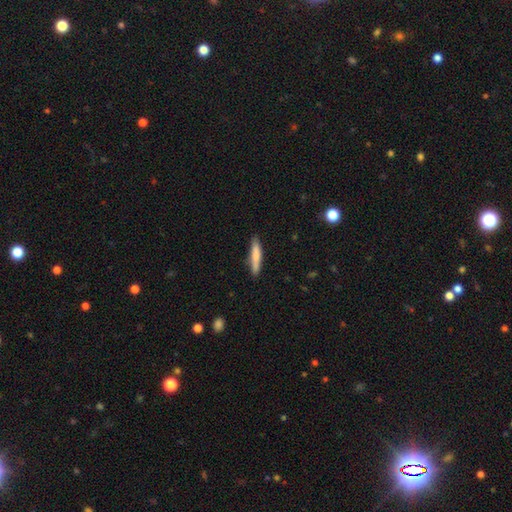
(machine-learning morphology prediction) A smooth galaxy with no disk features (76%) that is cigar-shaped (90%). Merging: none (86%).